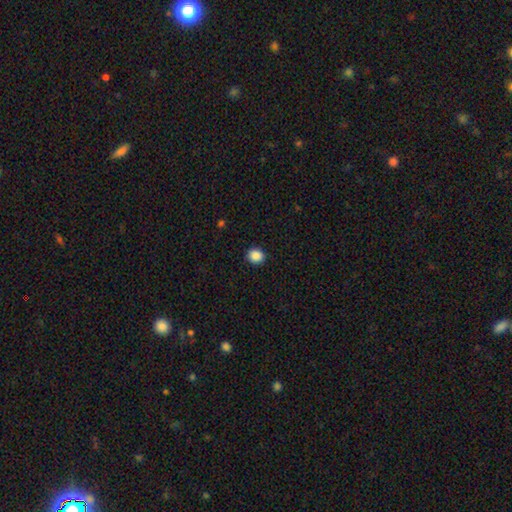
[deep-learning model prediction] A smooth galaxy with no disk features (88%) that is round (67%).

Vote fractions:
- Smooth or featured? smooth: 88% / star or artifact: 9% / featured or disk: 2%
- How rounded? round: 67% / in between: 32% / cigar-shaped: 1%
- Merging? none: 90% / minor disturbance: 7% / major disturbance: 2% / merger: 1%